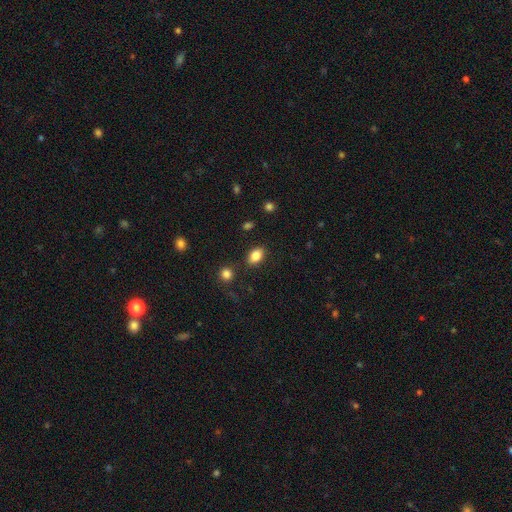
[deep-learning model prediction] smooth_or_featured: smooth (p=0.85) [alt: star or artifact p=0.09]
how_rounded: in between (p=0.82) [alt: round p=0.17]
merging: none (p=0.84) [alt: minor disturbance p=0.10]